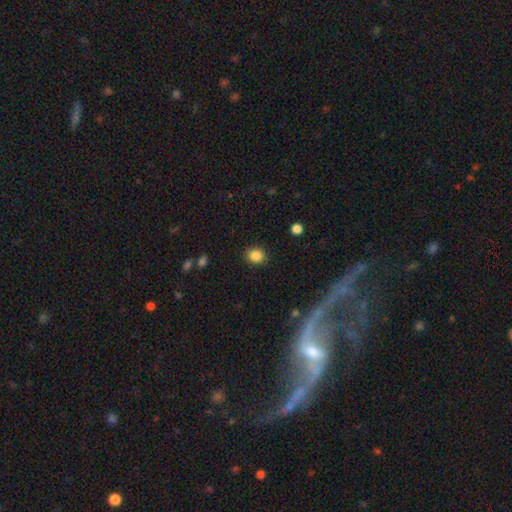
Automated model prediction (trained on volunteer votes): A smooth galaxy with no disk features (86%) that is round (71%). Merging: none (89%).